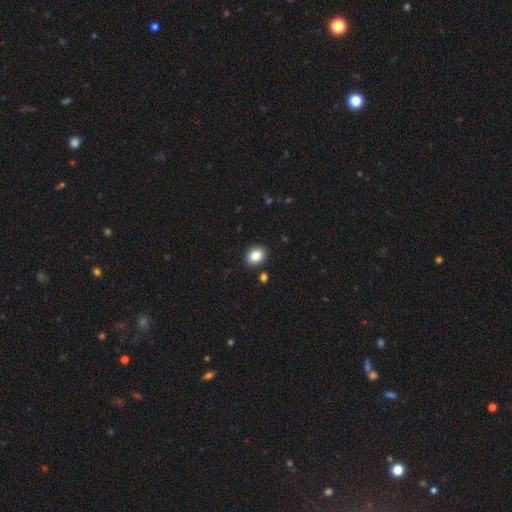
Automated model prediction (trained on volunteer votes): Smooth or featured?
  - smooth: 84% *
  - star or artifact: 9%
  - featured or disk: 7%
How rounded?
  - in between: 50% *
  - round: 49%
  - cigar-shaped: 1%
Merging?
  - none: 89% *
  - minor disturbance: 7%
  - merger: 2%
  - major disturbance: 2%